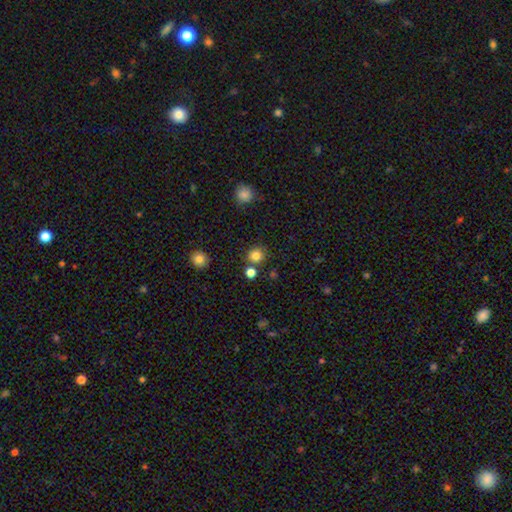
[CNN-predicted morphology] Overall: smooth (82%). How rounded: round (90%). Merging: none (79%).